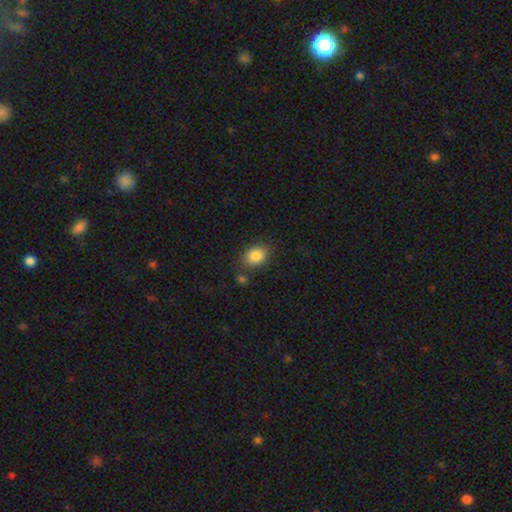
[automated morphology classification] smooth 85%, star or artifact 9%, featured or disk 6%. Down the decision tree: how rounded — in between (67%); merging — none (76%).